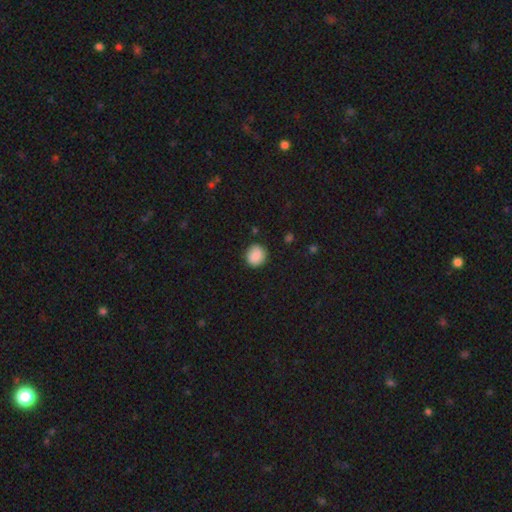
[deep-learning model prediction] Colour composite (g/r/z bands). It shows a smooth galaxy with no disk features (87%) that is round (85%). Merging: none (83%).